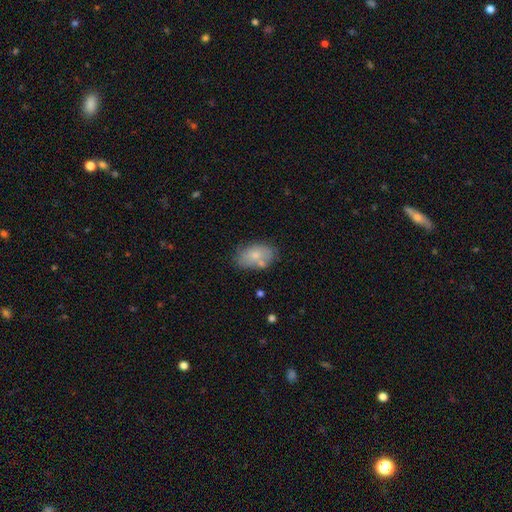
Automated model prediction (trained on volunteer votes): A smooth galaxy with no disk features (71%) that is in between round and cigar-shaped (87%). Merging: none (61%).